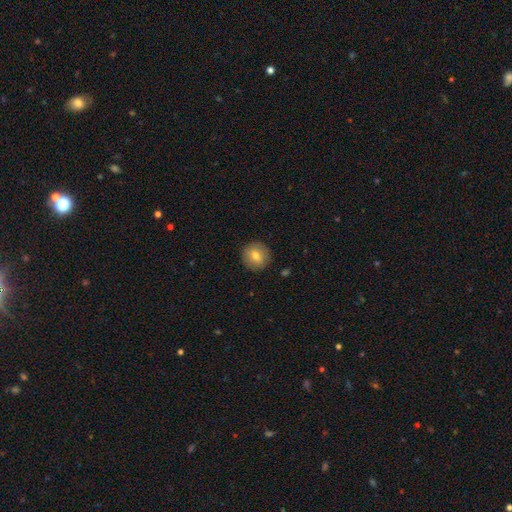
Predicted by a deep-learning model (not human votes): Smooth or featured? smooth (74%)
How rounded? round (90%)
Merging? none (89%)